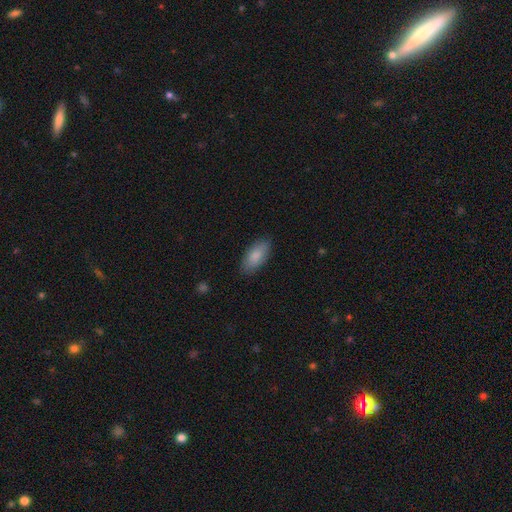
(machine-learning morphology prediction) A smooth galaxy with no disk features (86%) that is in between round and cigar-shaped (88%).

Vote fractions:
- Smooth or featured? smooth: 86% / featured or disk: 8% / star or artifact: 6%
- How rounded? in between: 88% / cigar-shaped: 10% / round: 2%
- Merging? none: 85% / minor disturbance: 11% / major disturbance: 2% / merger: 1%